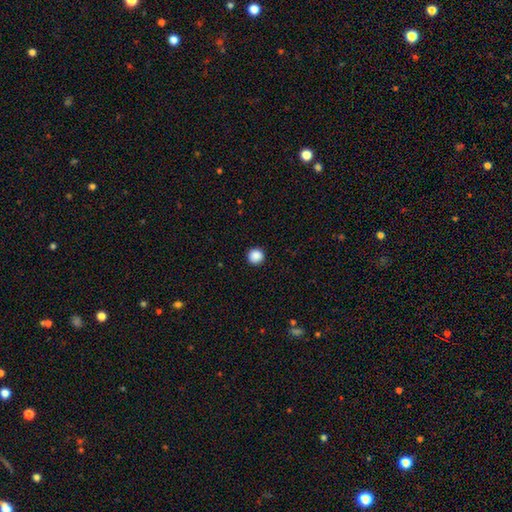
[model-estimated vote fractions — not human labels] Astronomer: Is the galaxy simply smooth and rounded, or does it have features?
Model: smooth — 88%.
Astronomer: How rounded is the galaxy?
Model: round — 96%.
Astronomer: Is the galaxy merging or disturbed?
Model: none — 93%.